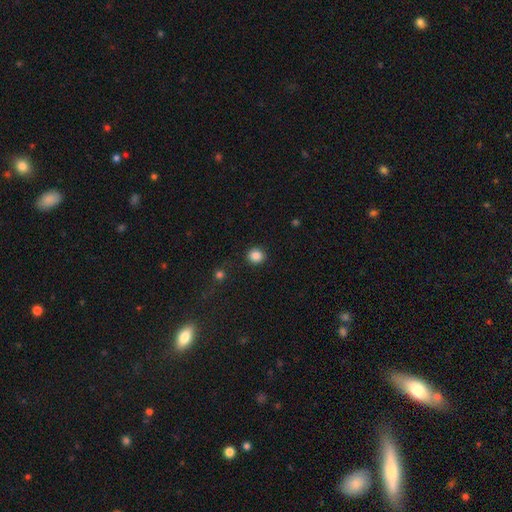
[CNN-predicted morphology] smooth_or_featured: smooth (p=0.86) [alt: star or artifact p=0.10]
how_rounded: round (p=0.89) [alt: in between p=0.10]
merging: none (p=0.91) [alt: minor disturbance p=0.06]